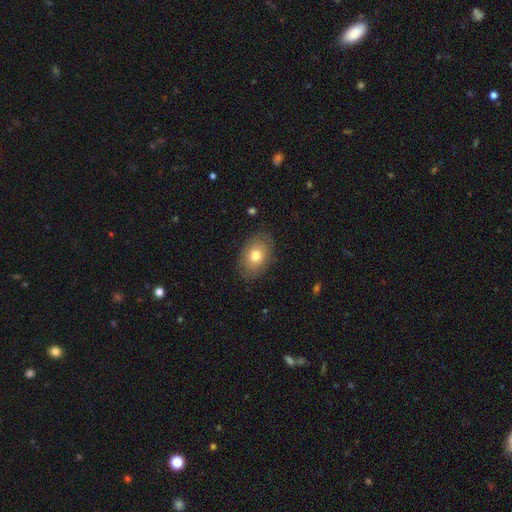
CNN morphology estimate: A smooth galaxy with no disk features (76%) that is in between round and cigar-shaped (80%). Merging: none (84%).